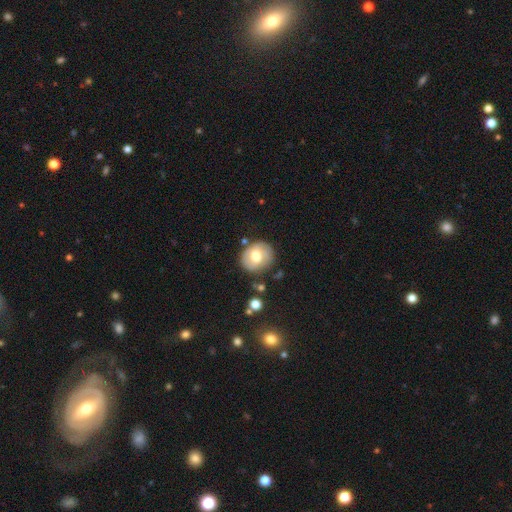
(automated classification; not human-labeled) Morphology: type=smooth (54%); roundness=round (69%); merging=none (72%).